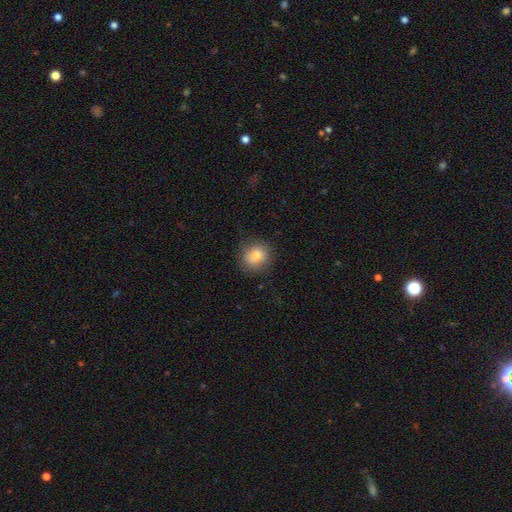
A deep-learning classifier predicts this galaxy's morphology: The model was most divided on "how rounded": round: 83%, in between: 16%, cigar-shaped: 1%. More confident: merging — none (84%); smooth or featured — smooth (80%).